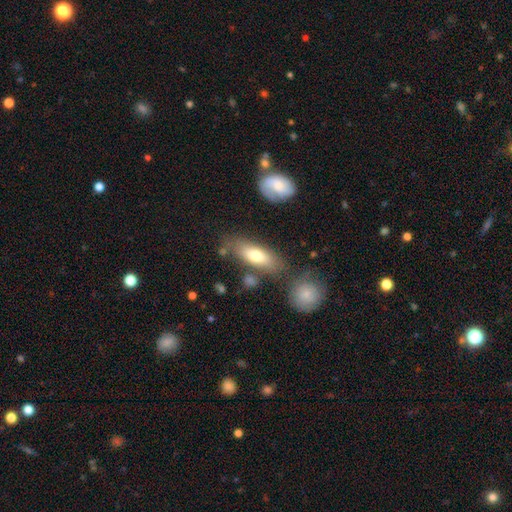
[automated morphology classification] Q: Smooth or featured?
A: smooth (71%); runner-up: featured or disk (22%)
Q: How rounded?
A: in between (69%); runner-up: cigar-shaped (28%)
Q: Merging?
A: none (69%); runner-up: minor disturbance (16%)